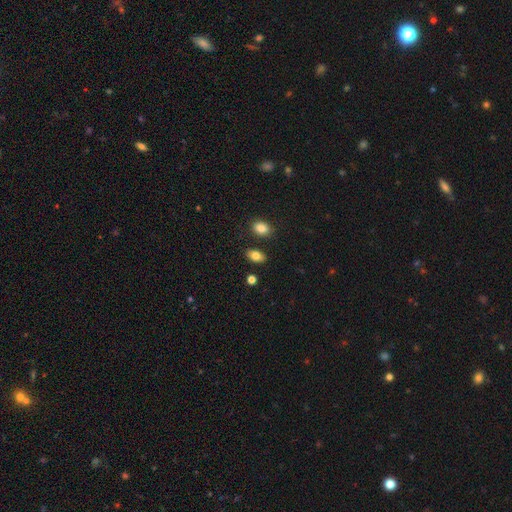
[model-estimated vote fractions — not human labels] Smooth or featured: smooth — 81% (featured or disk — 10%)
How rounded: in between — 88% (round — 10%)
Merging: none — 82% (minor disturbance — 10%)